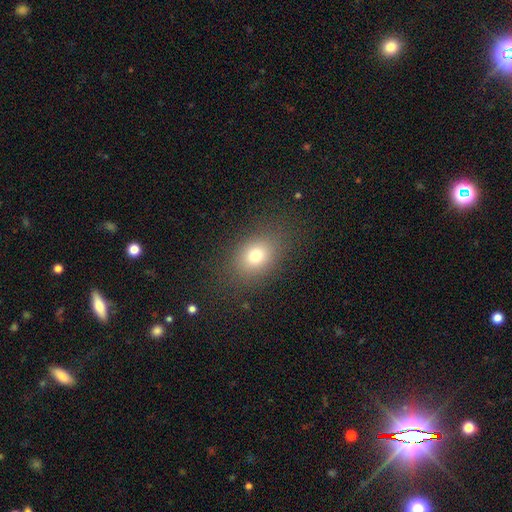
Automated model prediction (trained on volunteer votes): The model was most divided on "how rounded": in between: 61%, round: 37%, cigar-shaped: 1%. More confident: merging — none (83%); smooth or featured — smooth (76%).